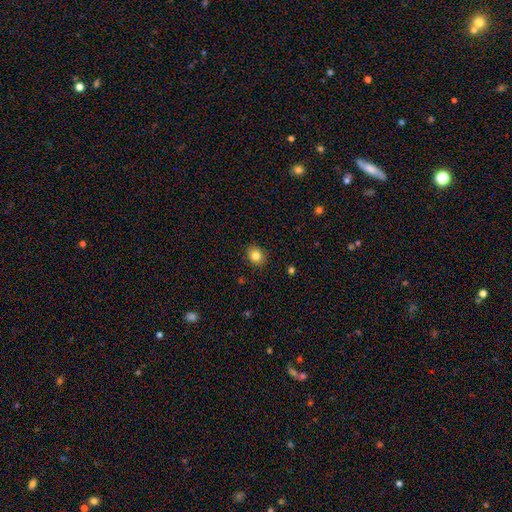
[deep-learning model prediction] A smooth galaxy with no disk features (83%) that is round (69%). Merging: none (89%).